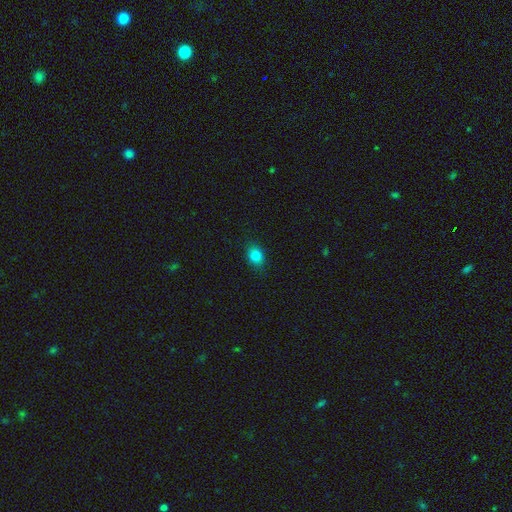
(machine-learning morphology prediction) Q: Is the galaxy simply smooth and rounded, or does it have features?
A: smooth — 82%.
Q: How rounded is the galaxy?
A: in between — 57%.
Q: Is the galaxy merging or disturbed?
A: none — 87%.